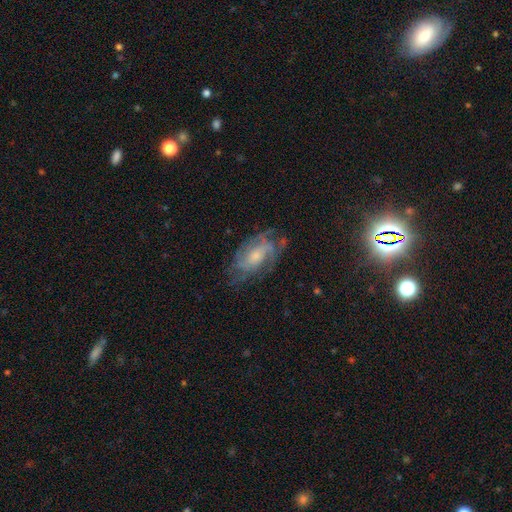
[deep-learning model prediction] A featured or disk galaxy (73%) with no bar (63%), tight (44%) spiral arms (85%) and a moderate central bulge (43%).

Vote fractions:
- Smooth or featured? featured or disk: 73% / smooth: 19% / star or artifact: 8%
- Edge-on disk? no: 94% / yes: 6%
- Bar? no: 63% / weak: 31% / strong: 6%
- Spiral arms? yes: 85% / no: 15%
- Spiral winding? tight: 44% / medium: 40% / loose: 15%
- Spiral arm count? can't tell: 41% / 2: 29% / 3: 15% / 4: 6% / 1: 5% / more than 4: 4%
- Bulge size? moderate: 43% / small: 42% / large: 7% / none: 7% / dominant: 1%
- Merging? none: 62% / minor disturbance: 23% / major disturbance: 14% / merger: 2%